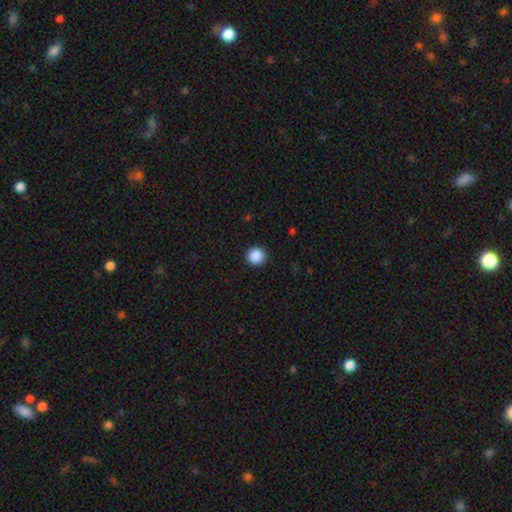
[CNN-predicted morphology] Smooth or featured?
  - smooth: 89% *
  - star or artifact: 9%
  - featured or disk: 2%
How rounded?
  - round: 95% *
  - in between: 4%
  - cigar-shaped: 1%
Merging?
  - none: 93% *
  - minor disturbance: 4%
  - major disturbance: 2%
  - merger: 1%